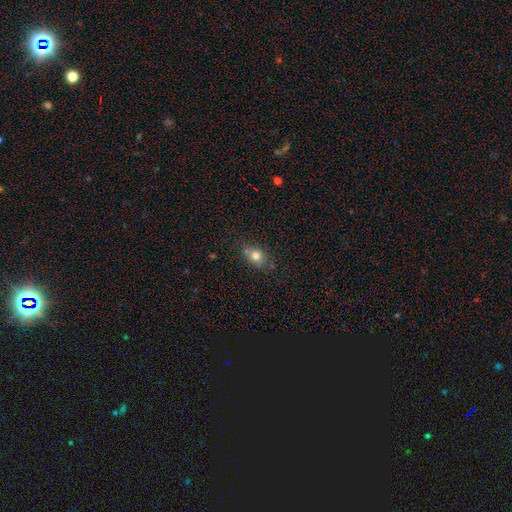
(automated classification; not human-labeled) A smooth galaxy with no disk features (77%) that is in between round and cigar-shaped (51%). Merging: none (66%).